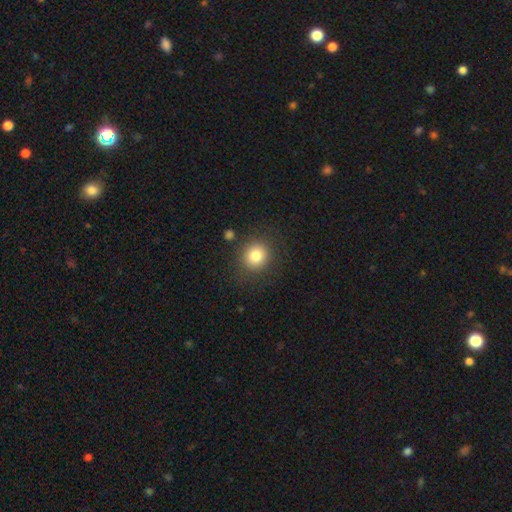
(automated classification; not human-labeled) A smooth galaxy with no disk features (82%) that is round (85%).

Vote fractions:
- Smooth or featured? smooth: 82% / star or artifact: 11% / featured or disk: 7%
- How rounded? round: 85% / in between: 14% / cigar-shaped: 1%
- Merging? none: 85% / minor disturbance: 9% / major disturbance: 3% / merger: 3%